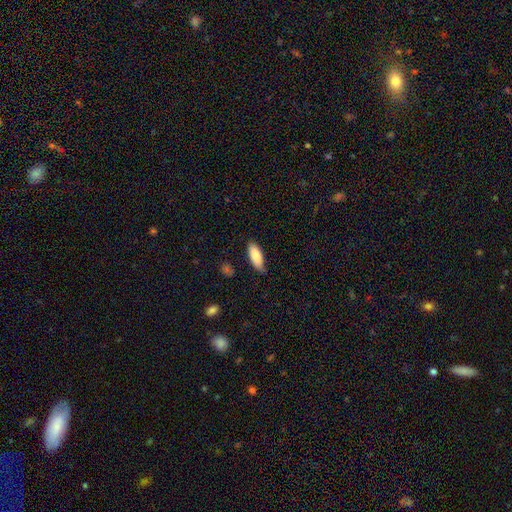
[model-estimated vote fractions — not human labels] This is clearly a smooth galaxy (84%). How rounded: likely in between (71%). Merging: likely none (71%).